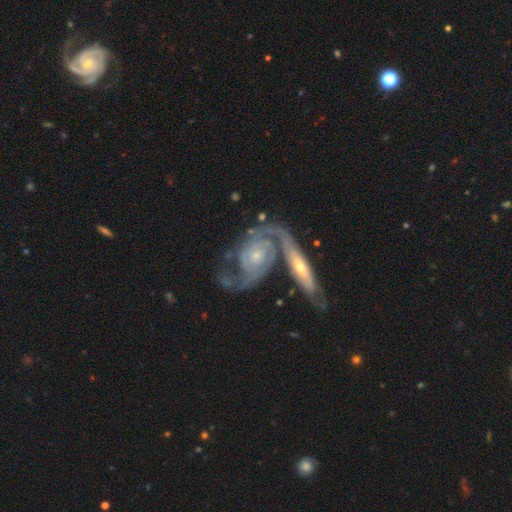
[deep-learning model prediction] This is clearly a featured or disk galaxy (90%). It is clearly not viewed edge-on (95%). Bar: likely no (69%). Spiral arm pattern: clearly yes (97%). Spiral arm count: clearly 2 (84%). Spiral winding: possibly tight (46%). Central bulge: likely small (66%). Merging: marginally none (43%).